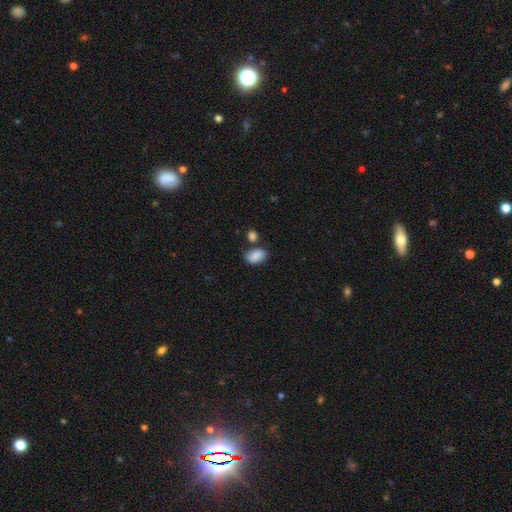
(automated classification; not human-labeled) A smooth galaxy with no disk features (86%) that is in between round and cigar-shaped (89%).

Vote fractions:
- Smooth or featured? smooth: 86% / star or artifact: 8% / featured or disk: 6%
- How rounded? in between: 89% / round: 9% / cigar-shaped: 2%
- Merging? none: 62% / minor disturbance: 17% / merger: 16% / major disturbance: 5%